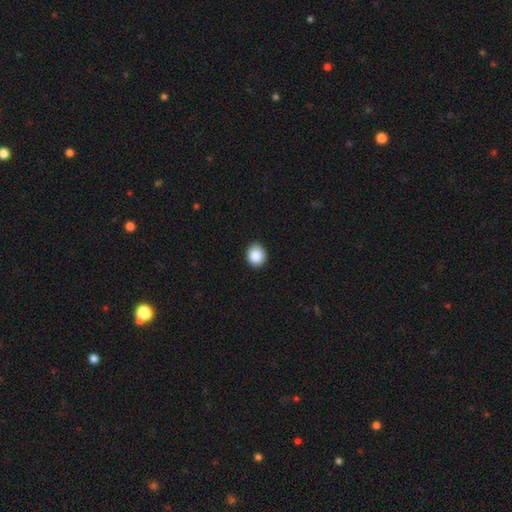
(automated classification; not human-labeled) smooth_or_featured: smooth (p=0.87) [alt: star or artifact p=0.09]
how_rounded: round (p=0.76) [alt: in between p=0.23]
merging: none (p=0.86) [alt: minor disturbance p=0.11]